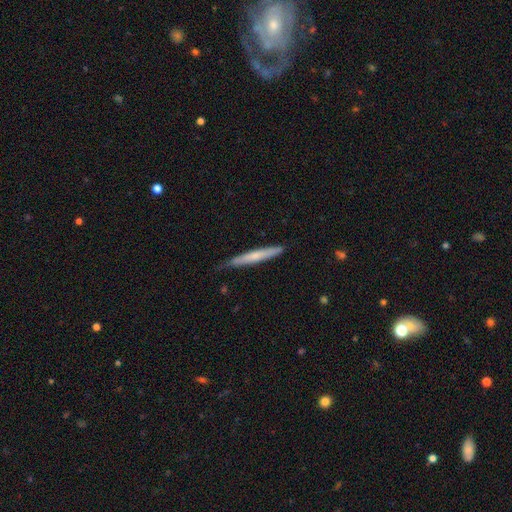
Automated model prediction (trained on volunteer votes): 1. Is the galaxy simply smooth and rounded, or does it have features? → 57% smooth, 38% featured or disk, 5% star or artifact.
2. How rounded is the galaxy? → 96% cigar-shaped, 3% in between, 1% round.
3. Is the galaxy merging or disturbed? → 75% none, 21% minor disturbance, 3% major disturbance, 1% merger.